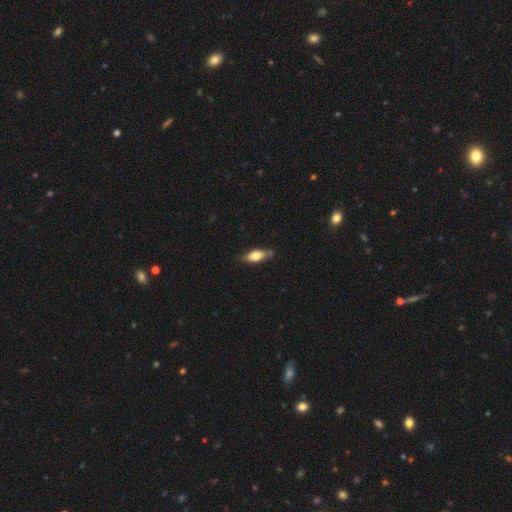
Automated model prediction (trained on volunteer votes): This appears to be a smooth galaxy with no disk features (70%) that is in between round and cigar-shaped (75%). Merging: none (74%).